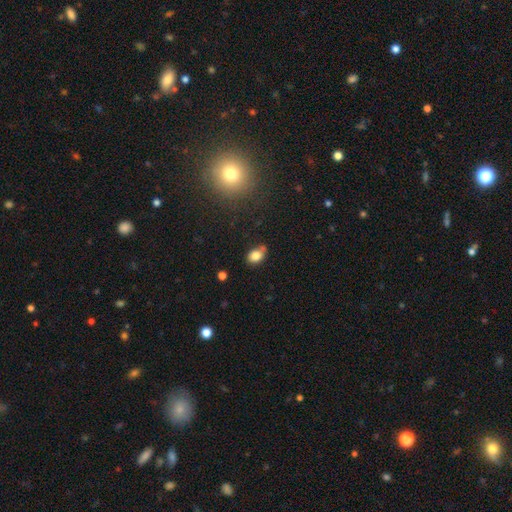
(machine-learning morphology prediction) A smooth galaxy with no disk features (81%) that is in between round and cigar-shaped (76%). Merging: none (60%).